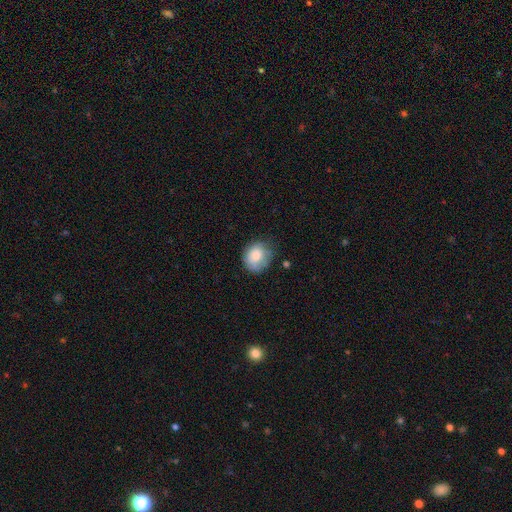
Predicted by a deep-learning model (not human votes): Smooth or featured: smooth — 79% (featured or disk — 13%)
How rounded: round — 68% (in between — 31%)
Merging: none — 59% (minor disturbance — 30%)